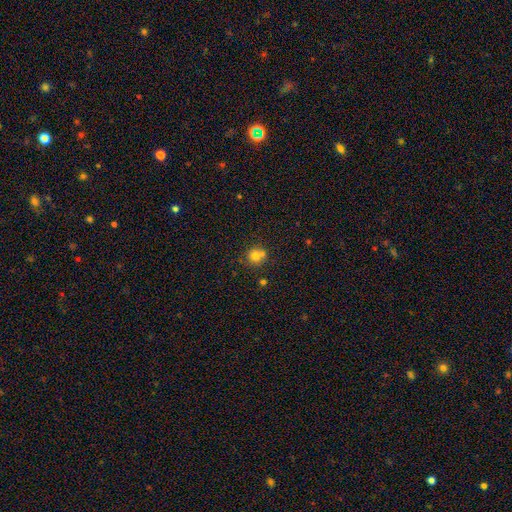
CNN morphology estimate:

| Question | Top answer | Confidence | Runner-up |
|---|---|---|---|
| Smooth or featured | smooth | 77% | star or artifact (13%) |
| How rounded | round | 88% | in between (12%) |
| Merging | none | 55% | merger (32%) |